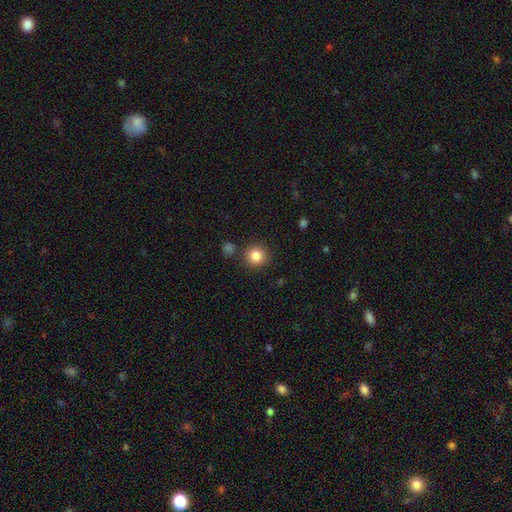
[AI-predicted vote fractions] Q: Smooth or featured?
A: smooth (85%); runner-up: star or artifact (10%)
Q: How rounded?
A: round (93%); runner-up: in between (6%)
Q: Merging?
A: none (87%); runner-up: minor disturbance (7%)